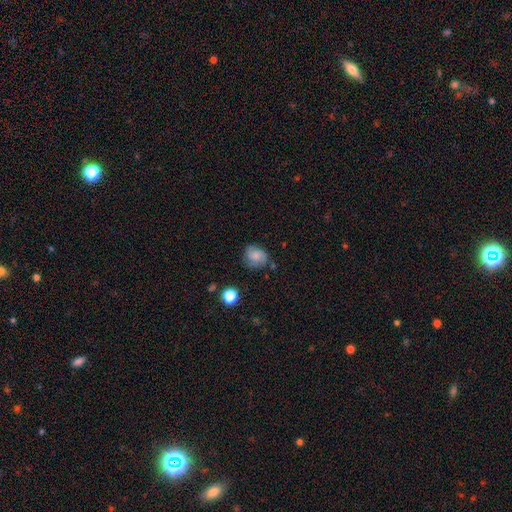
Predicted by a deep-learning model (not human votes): Morphology: type=smooth (60%); roundness=round (56%); merging=none (66%).